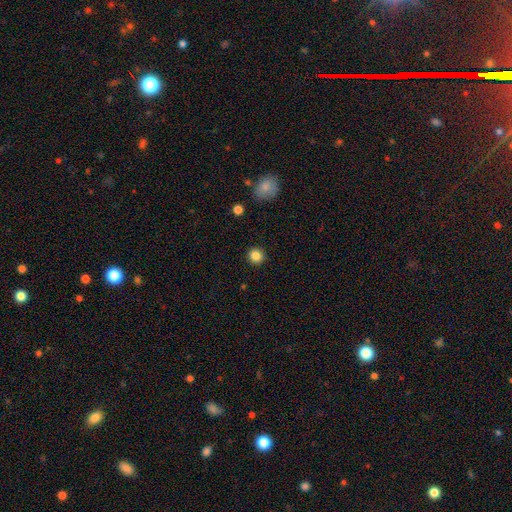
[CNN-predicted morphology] smooth 85%, star or artifact 11%, featured or disk 4%. Down the decision tree: how rounded — round (94%); merging — none (92%).